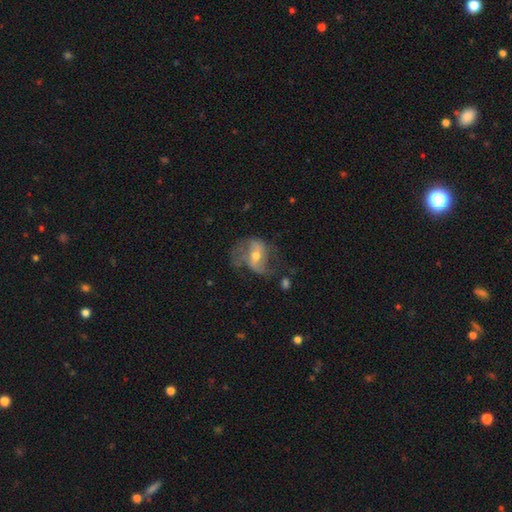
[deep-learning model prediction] A featured or disk galaxy (73%) with a weak bar (41%), 2 (79%) loose (52%) spiral arms (82%) and a moderate central bulge (62%). Merging: none (47%).